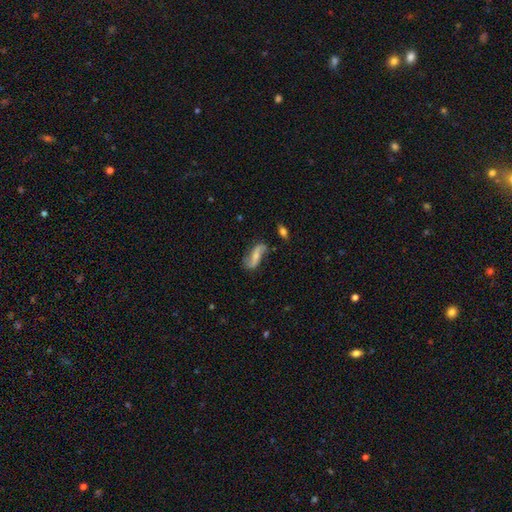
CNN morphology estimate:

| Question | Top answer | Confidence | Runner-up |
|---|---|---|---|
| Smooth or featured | featured or disk | 70% | smooth (23%) |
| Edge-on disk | no | 91% | yes (9%) |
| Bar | no | 41% | weak (34%) |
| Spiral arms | yes | 91% | no (9%) |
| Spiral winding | loose | 80% | medium (14%) |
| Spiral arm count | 2 | 91% | can't tell (3%) |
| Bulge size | small | 47% | moderate (30%) |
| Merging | none | 69% | minor disturbance (20%) |